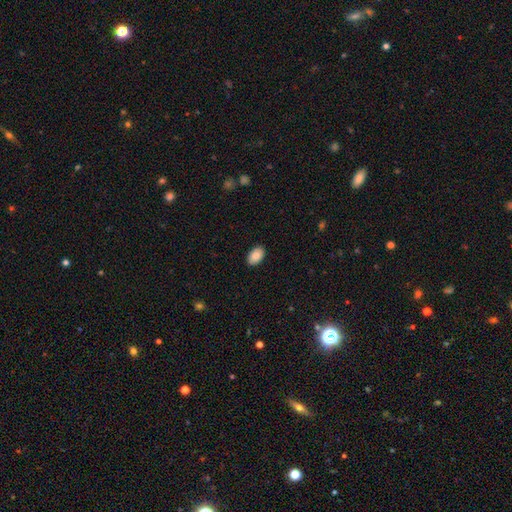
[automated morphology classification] The model was most divided on "smooth or featured": smooth: 88%, star or artifact: 7%, featured or disk: 5%. More confident: how rounded — in between (92%); merging — none (89%).